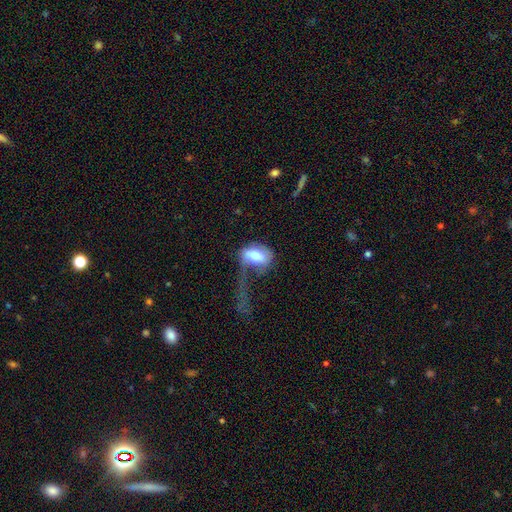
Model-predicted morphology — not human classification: smooth 60%, featured or disk 33%, star or artifact 7%. Down the decision tree: how rounded — in between (82%); merging — major disturbance (61%).